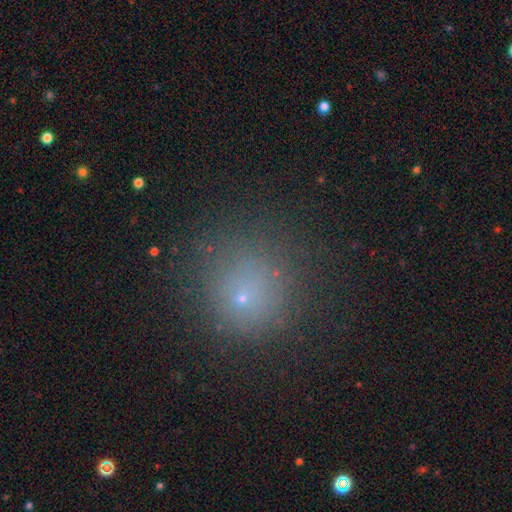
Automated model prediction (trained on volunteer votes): Smooth or featured? Predicted: smooth (p=0.64). How rounded? Predicted: round (p=0.92). Merging? Predicted: none (p=0.81).